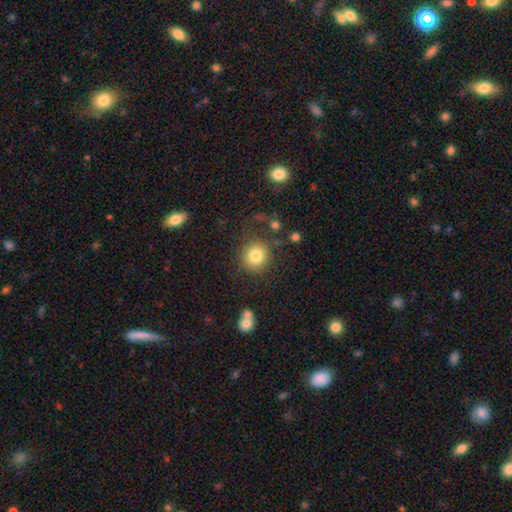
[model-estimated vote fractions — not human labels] A smooth galaxy with no disk features (82%) that is round (91%). Merging: none (79%).